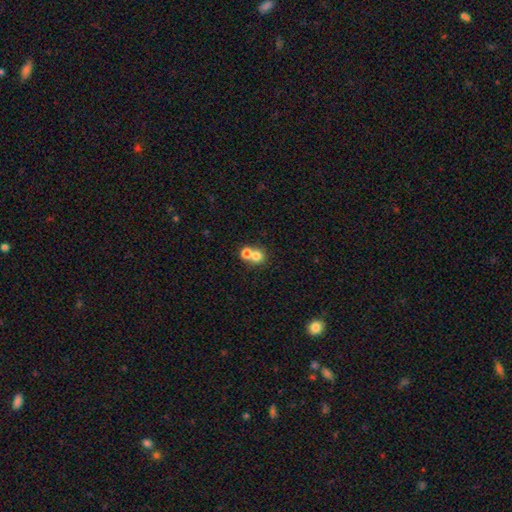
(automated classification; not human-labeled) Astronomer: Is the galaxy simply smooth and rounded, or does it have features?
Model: smooth — 76%.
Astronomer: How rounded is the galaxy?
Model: round — 82%.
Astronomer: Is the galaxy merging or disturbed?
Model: merger — 61%.